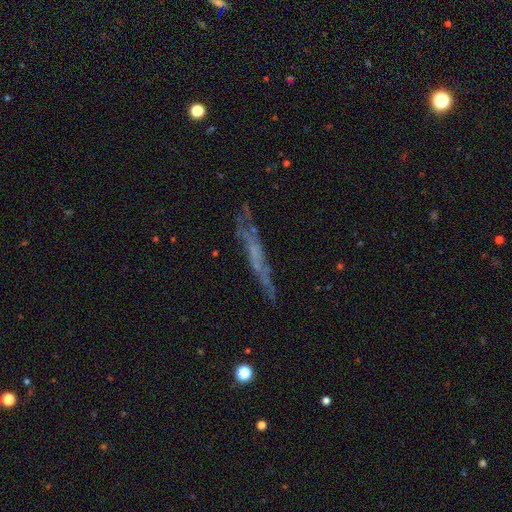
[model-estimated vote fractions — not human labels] Smooth or featured? Predicted: featured or disk (p=0.56). Edge-on disk? Predicted: yes (p=0.75). Merging? Predicted: none (p=0.70).